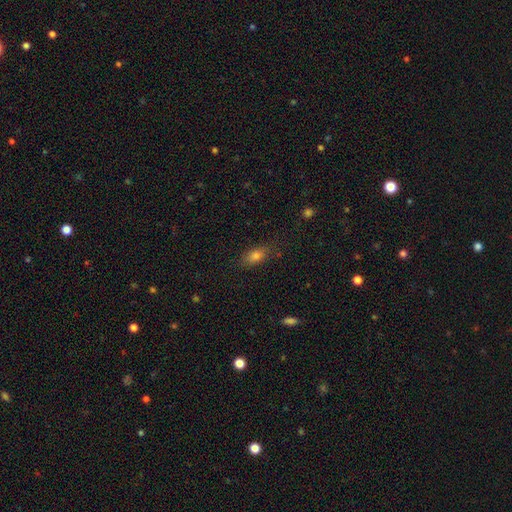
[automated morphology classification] Overall: smooth (77%). How rounded: in between (80%). Merging: none (80%).